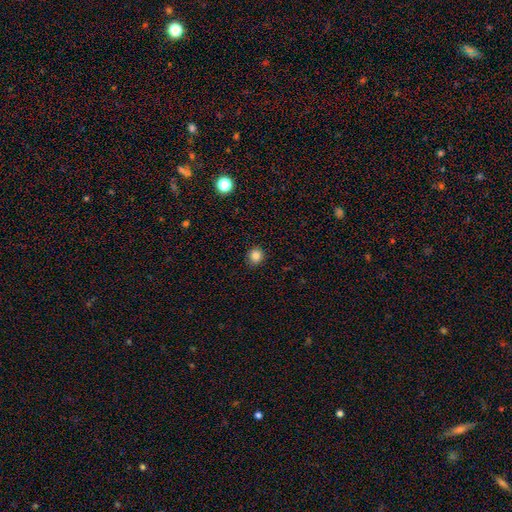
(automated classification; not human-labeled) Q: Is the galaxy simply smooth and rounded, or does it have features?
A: smooth — 84%.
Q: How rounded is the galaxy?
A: round — 88%.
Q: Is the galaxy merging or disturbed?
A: none — 90%.